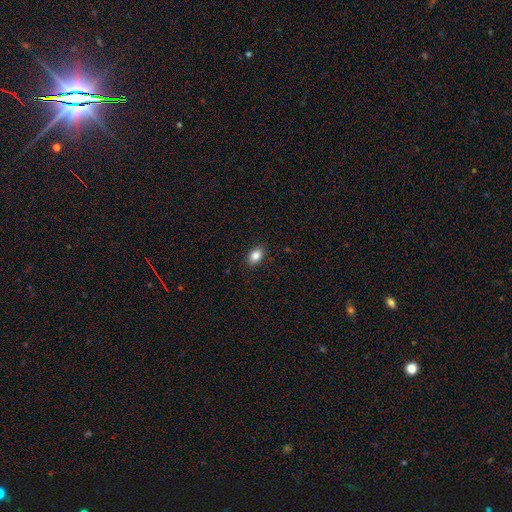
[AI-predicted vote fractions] Smooth or featured? Predicted: smooth (p=0.86). How rounded? Predicted: in between (p=0.86). Merging? Predicted: none (p=0.89).